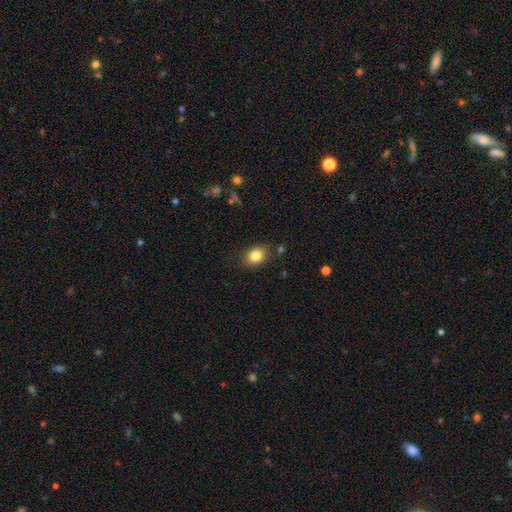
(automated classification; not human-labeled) smooth_or_featured: smooth (p=0.83) [alt: star or artifact p=0.09]
how_rounded: in between (p=0.63) [alt: round p=0.36]
merging: none (p=0.84) [alt: minor disturbance p=0.11]